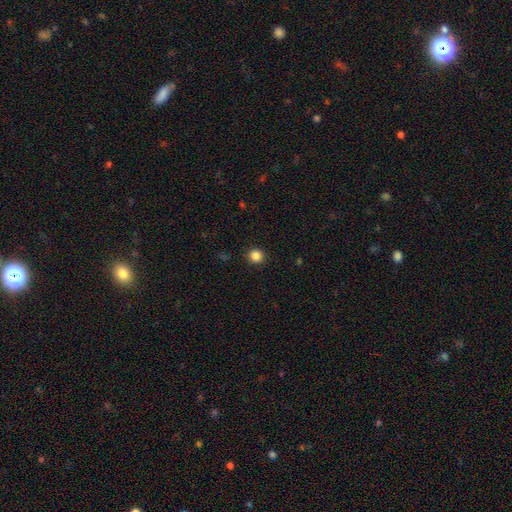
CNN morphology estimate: Smooth or featured?
  - smooth: 85% *
  - star or artifact: 11%
  - featured or disk: 3%
How rounded?
  - round: 93% *
  - in between: 6%
  - cigar-shaped: 1%
Merging?
  - none: 92% *
  - minor disturbance: 5%
  - major disturbance: 2%
  - merger: 1%